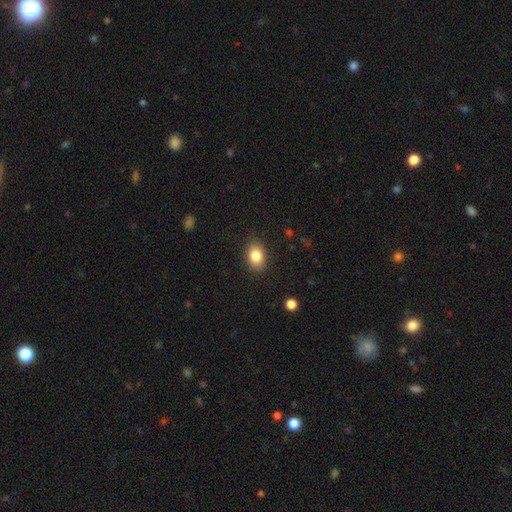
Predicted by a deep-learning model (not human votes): Smooth or featured?
  - smooth: 84% *
  - star or artifact: 9%
  - featured or disk: 7%
How rounded?
  - in between: 77% *
  - round: 22%
  - cigar-shaped: 1%
Merging?
  - none: 87% *
  - minor disturbance: 9%
  - major disturbance: 3%
  - merger: 1%